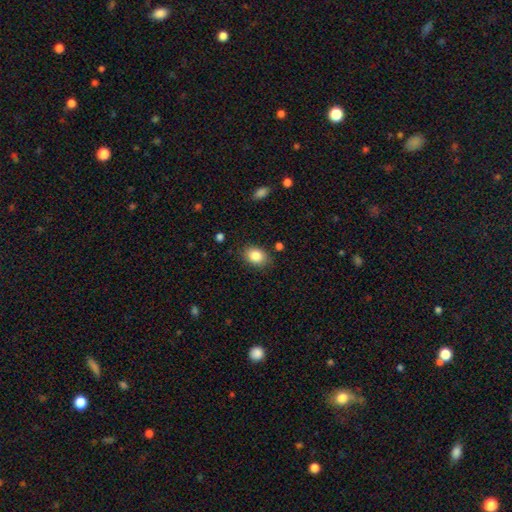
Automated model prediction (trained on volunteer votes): A smooth galaxy with no disk features (85%) that is in between round and cigar-shaped (67%).

Vote fractions:
- Smooth or featured? smooth: 85% / star or artifact: 9% / featured or disk: 6%
- How rounded? in between: 67% / round: 32% / cigar-shaped: 1%
- Merging? none: 83% / minor disturbance: 12% / major disturbance: 3% / merger: 2%